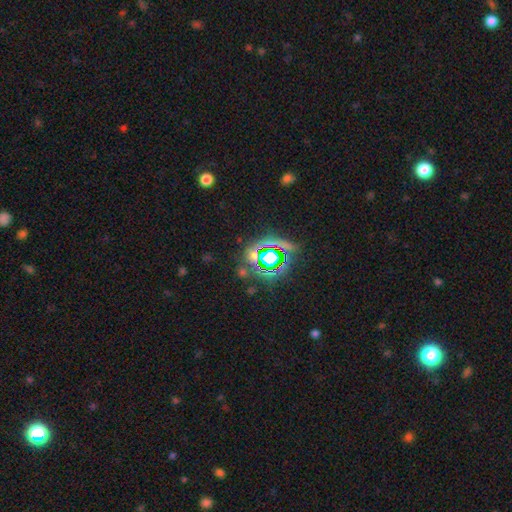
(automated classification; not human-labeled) smooth-or-featured: star or artifact: 66% | smooth: 22% | featured or disk: 12%